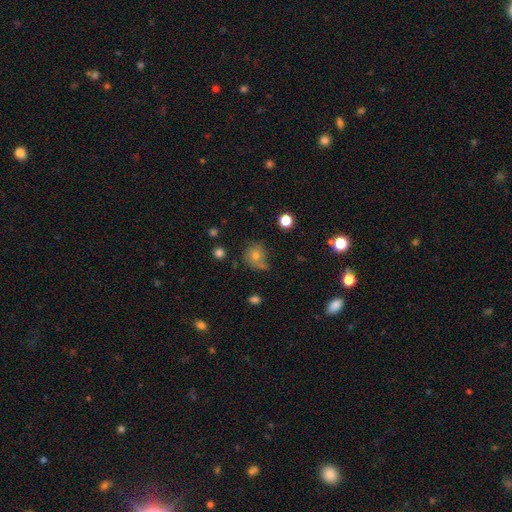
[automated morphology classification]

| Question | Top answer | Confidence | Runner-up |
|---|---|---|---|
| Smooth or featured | smooth | 66% | star or artifact (17%) |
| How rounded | round | 81% | in between (18%) |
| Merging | none | 56% | minor disturbance (25%) |